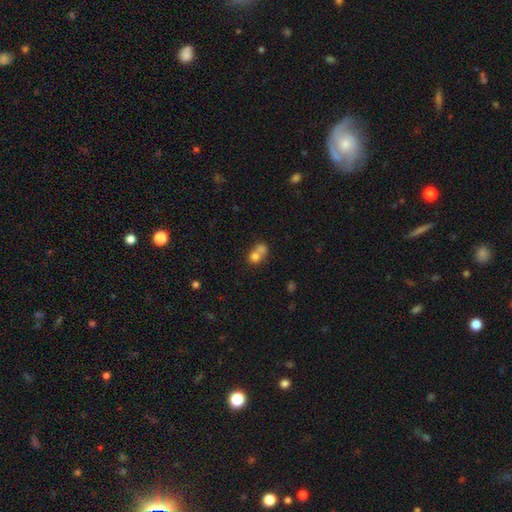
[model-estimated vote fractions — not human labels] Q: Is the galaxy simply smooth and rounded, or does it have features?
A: smooth — 72%.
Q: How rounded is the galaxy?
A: round — 67%.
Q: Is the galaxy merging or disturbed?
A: merger — 67%.